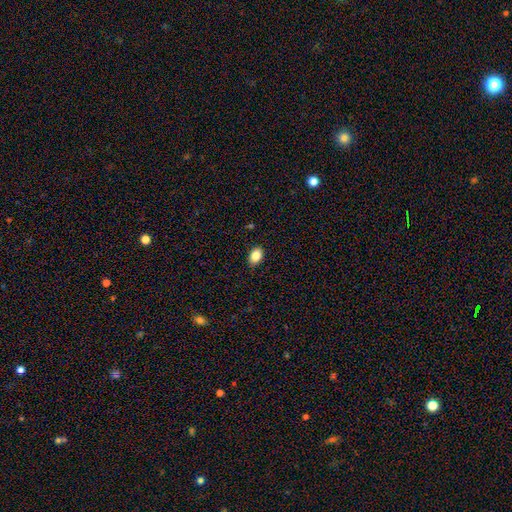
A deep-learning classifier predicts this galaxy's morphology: Smooth or featured: smooth — 85% (star or artifact — 9%)
How rounded: in between — 81% (round — 18%)
Merging: none — 88% (minor disturbance — 9%)